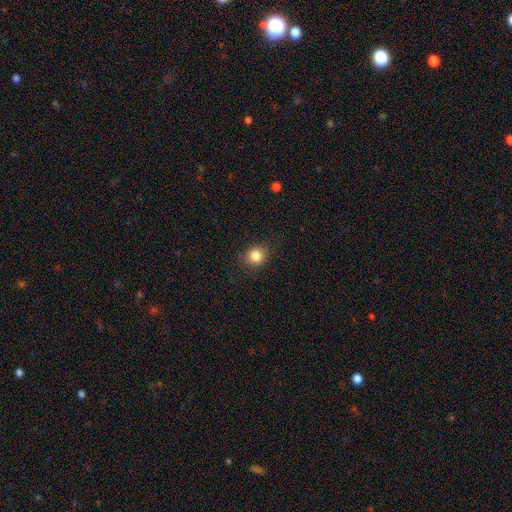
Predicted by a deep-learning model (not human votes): This is clearly a smooth galaxy (84%). How rounded: clearly round (81%). Merging: clearly none (83%).